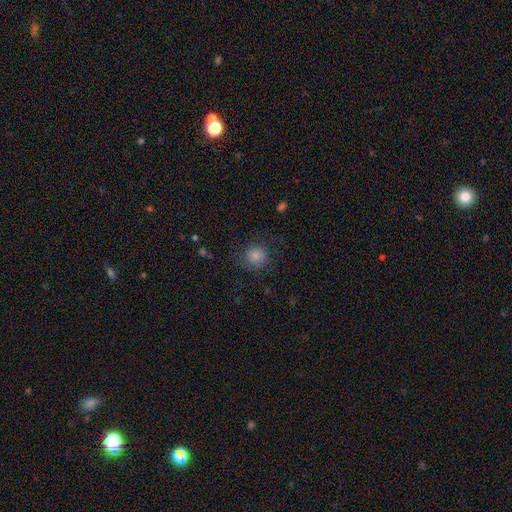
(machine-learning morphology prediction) Smooth or featured: smooth — 84% (star or artifact — 11%)
How rounded: round — 87% (in between — 12%)
Merging: none — 81% (minor disturbance — 13%)